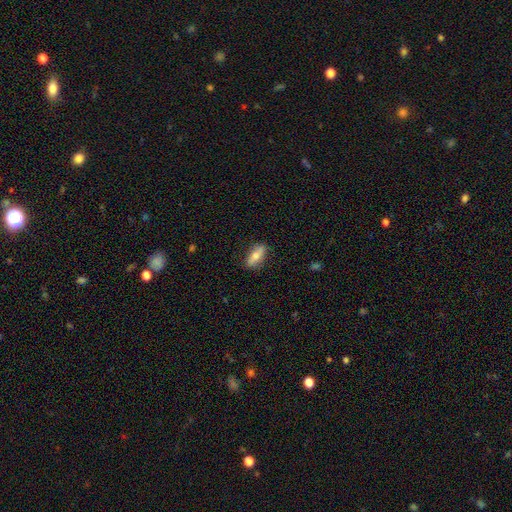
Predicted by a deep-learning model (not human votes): smooth_or_featured: smooth (p=0.62) [alt: featured or disk p=0.31]
how_rounded: in between (p=0.65) [alt: cigar-shaped p=0.31]
merging: none (p=0.83) [alt: minor disturbance p=0.13]